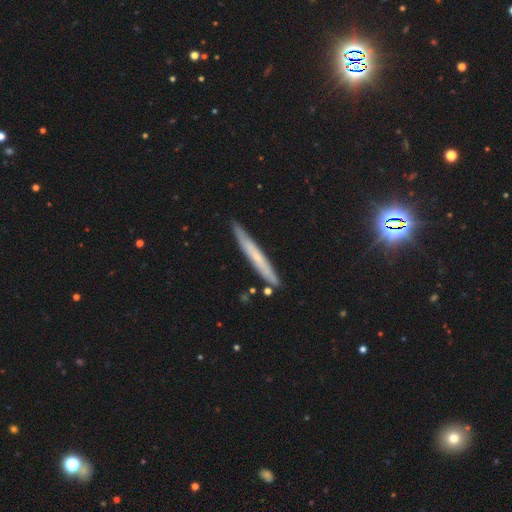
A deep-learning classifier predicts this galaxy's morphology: type=smooth (47%); merging=none (87%).